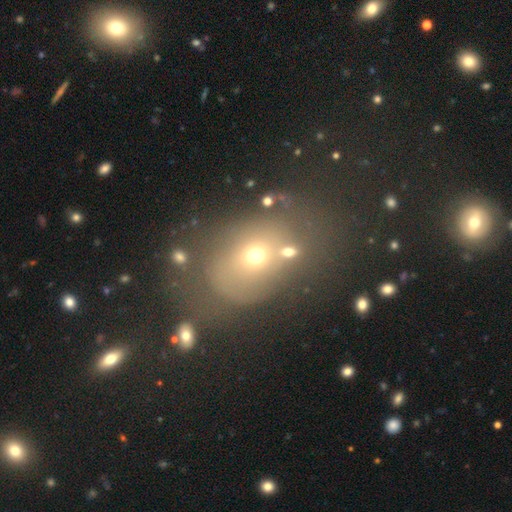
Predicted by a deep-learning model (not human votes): A smooth galaxy with no disk features (52%) that is in between round and cigar-shaped (54%). Merging: none (57%).